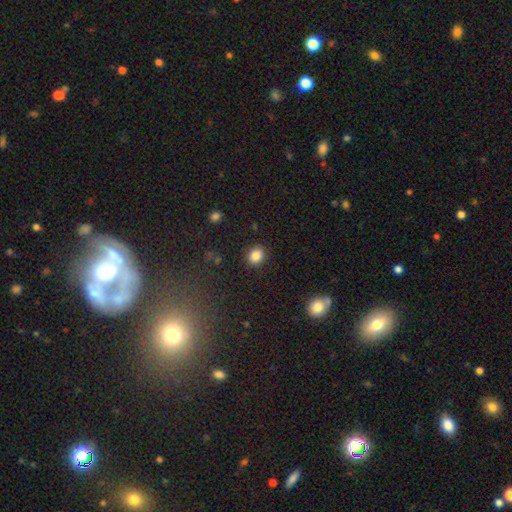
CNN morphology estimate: smooth 85%, star or artifact 10%, featured or disk 4%. Down the decision tree: how rounded — round (71%); merging — none (89%).